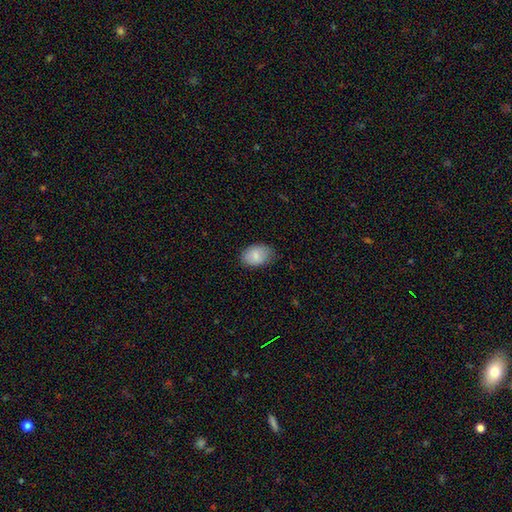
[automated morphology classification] Q: Smooth or featured?
A: smooth (81%); runner-up: featured or disk (12%)
Q: How rounded?
A: in between (85%); runner-up: round (14%)
Q: Merging?
A: none (71%); runner-up: minor disturbance (23%)